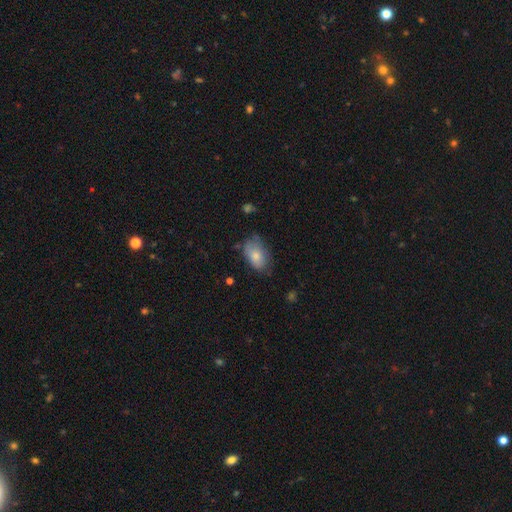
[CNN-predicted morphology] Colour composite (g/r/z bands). It shows a smooth galaxy with no disk features (79%) that is in between round and cigar-shaped (90%). Merging: none (59%).